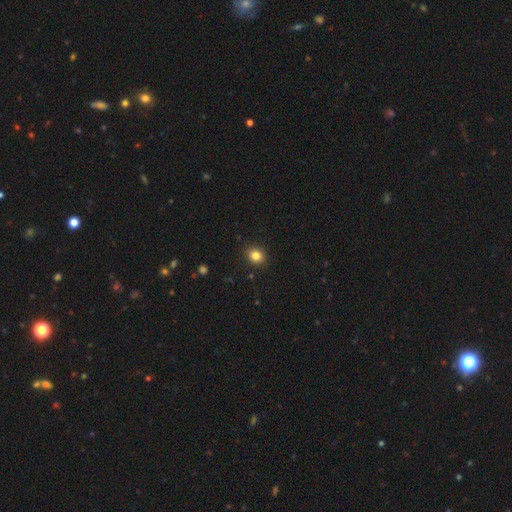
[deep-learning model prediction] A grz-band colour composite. It shows a smooth galaxy with no disk features (84%) that is round (65%). Merging: none (90%).